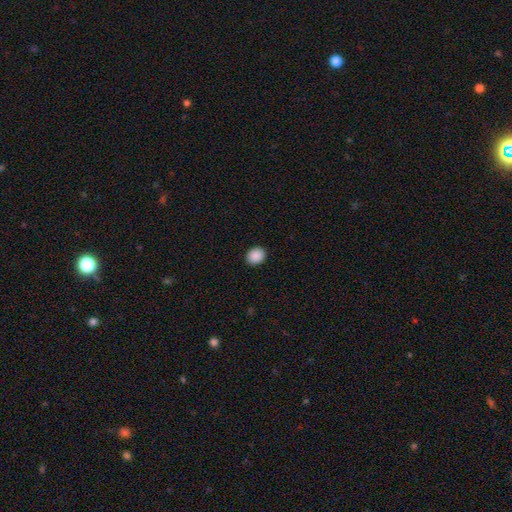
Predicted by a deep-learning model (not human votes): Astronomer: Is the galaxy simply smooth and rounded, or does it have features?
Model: smooth — 90%.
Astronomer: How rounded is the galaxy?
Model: round — 64%.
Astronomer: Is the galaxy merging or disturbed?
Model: none — 92%.